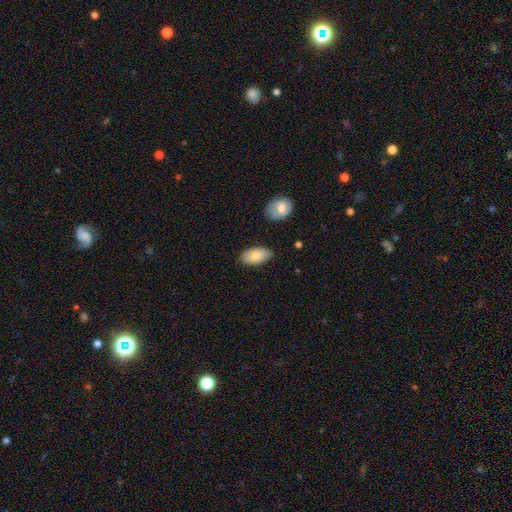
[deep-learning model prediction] Q: Smooth or featured?
A: smooth (81%); runner-up: featured or disk (12%)
Q: How rounded?
A: in between (94%); runner-up: cigar-shaped (3%)
Q: Merging?
A: none (82%); runner-up: minor disturbance (13%)